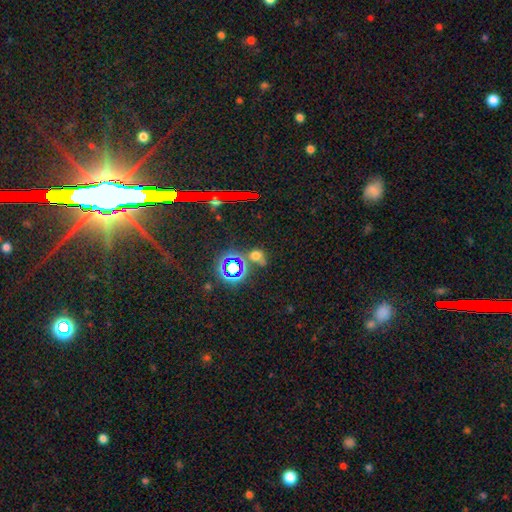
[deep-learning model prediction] smooth_or_featured: smooth (p=0.45) [tied with: star or artifact p=0.45]
merging: none (p=0.61) [alt: merger p=0.17]